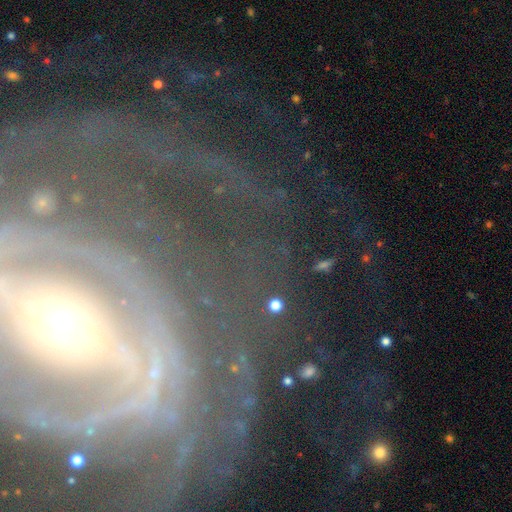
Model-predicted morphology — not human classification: This appears to be a featured or disk galaxy (84%) with a strong bar (53%), 2 (29%) tight (62%) spiral arms (87%) and a small central bulge (62%). Merging: none (68%).